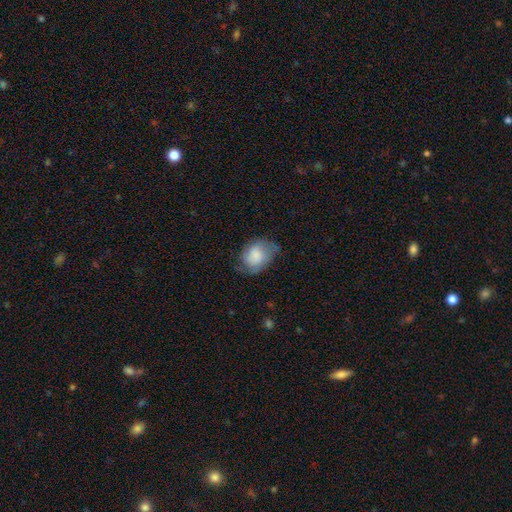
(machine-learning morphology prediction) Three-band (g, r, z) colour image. It shows a smooth galaxy with no disk features (73%) that is in between round and cigar-shaped (65%). Merging: none (51%).